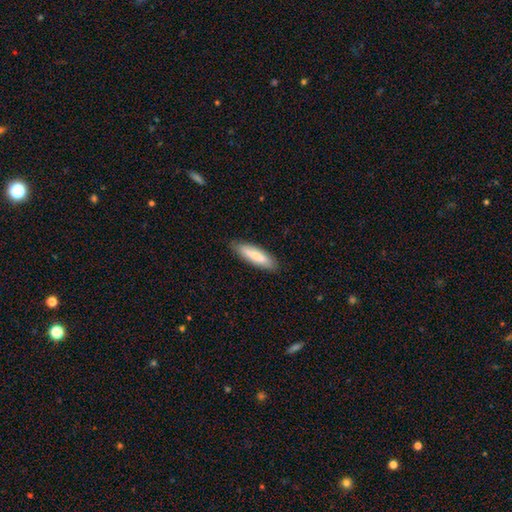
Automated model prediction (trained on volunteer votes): This appears to be a smooth galaxy with no disk features (76%) that is cigar-shaped (62%). Merging: none (85%).